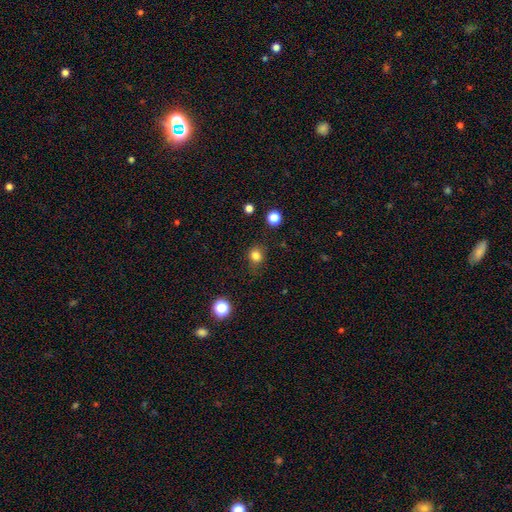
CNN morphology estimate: The model was most divided on "how rounded": round: 75%, in between: 24%, cigar-shaped: 1%. More confident: smooth or featured — smooth (81%); merging — none (77%).